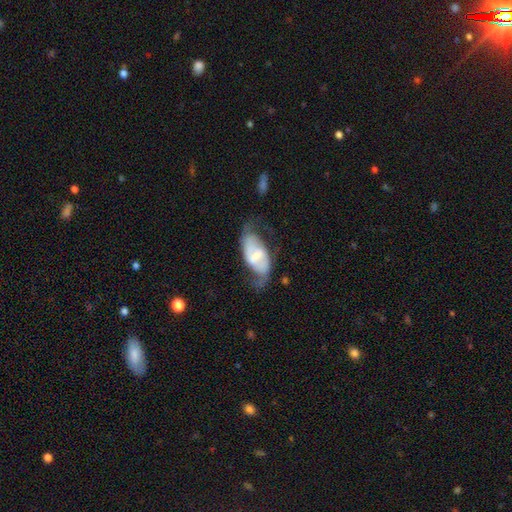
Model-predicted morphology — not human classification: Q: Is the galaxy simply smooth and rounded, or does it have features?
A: featured or disk — 72%.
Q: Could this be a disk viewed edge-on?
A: no — 95%.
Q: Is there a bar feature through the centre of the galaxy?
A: weak — 44%.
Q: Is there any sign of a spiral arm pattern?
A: yes — 85%.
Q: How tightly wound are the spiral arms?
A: loose — 52%.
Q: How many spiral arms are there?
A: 2 — 87%.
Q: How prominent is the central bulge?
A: small — 47%.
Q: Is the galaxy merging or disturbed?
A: none — 53%.